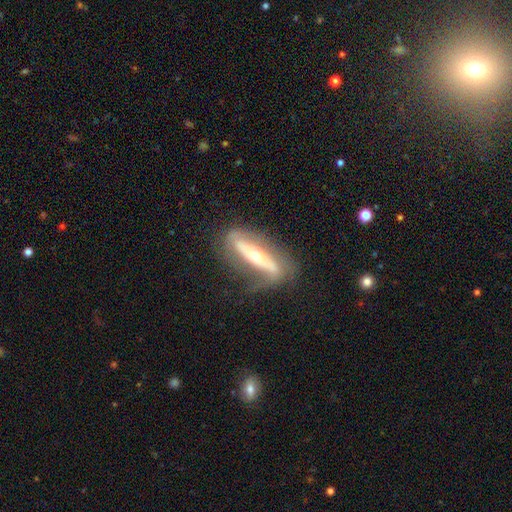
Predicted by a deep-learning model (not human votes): Q: Smooth or featured?
A: featured or disk (82%); runner-up: smooth (11%)
Q: Edge-on disk?
A: no (62%); runner-up: yes (38%)
Q: Bar?
A: strong (63%); runner-up: no (20%)
Q: Spiral arms?
A: yes (81%); runner-up: no (19%)
Q: Bulge size?
A: moderate (52%); runner-up: small (43%)
Q: Merging?
A: none (72%); runner-up: minor disturbance (18%)